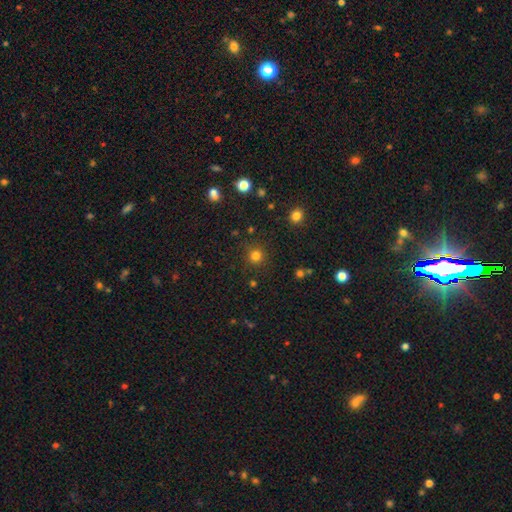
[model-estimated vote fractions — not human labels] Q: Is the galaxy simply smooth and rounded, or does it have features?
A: smooth — 79%.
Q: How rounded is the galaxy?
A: round — 93%.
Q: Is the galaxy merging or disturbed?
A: none — 87%.